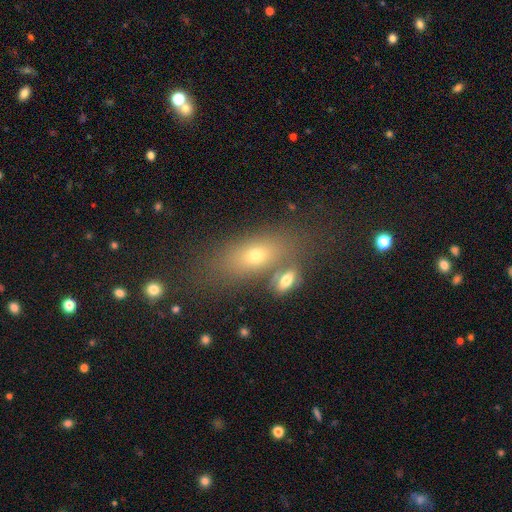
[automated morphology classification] Smooth or featured? smooth (65%)
How rounded? in between (75%)
Merging? none (60%)